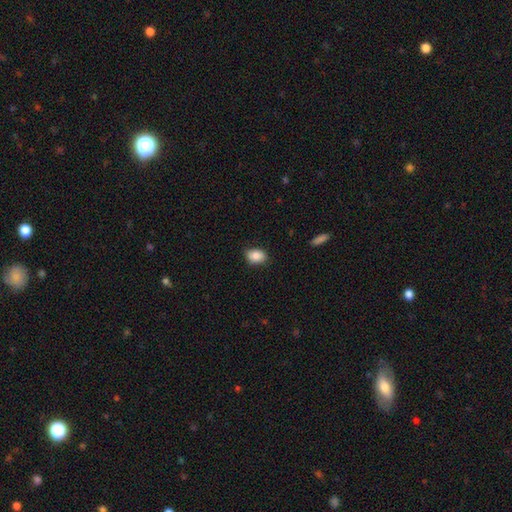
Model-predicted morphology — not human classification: smooth-or-featured: smooth: 86% | star or artifact: 8% | featured or disk: 6%
  how-rounded: in between: 77% | round: 22% | cigar-shaped: 1%
  merging: none: 83% | minor disturbance: 13% | major disturbance: 2% | merger: 1%